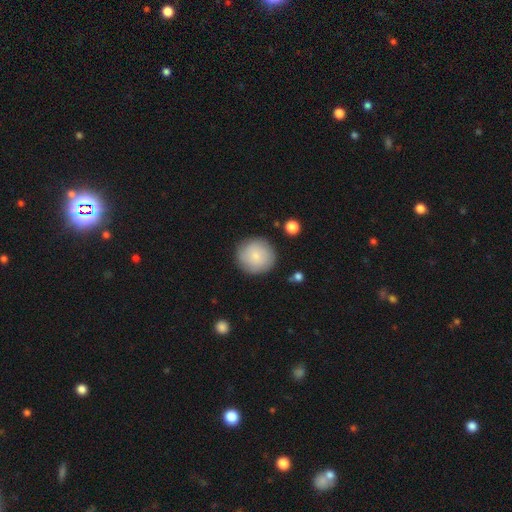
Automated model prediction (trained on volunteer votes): This is likely a smooth galaxy (79%). How rounded: clearly round (94%). Merging: clearly none (86%).